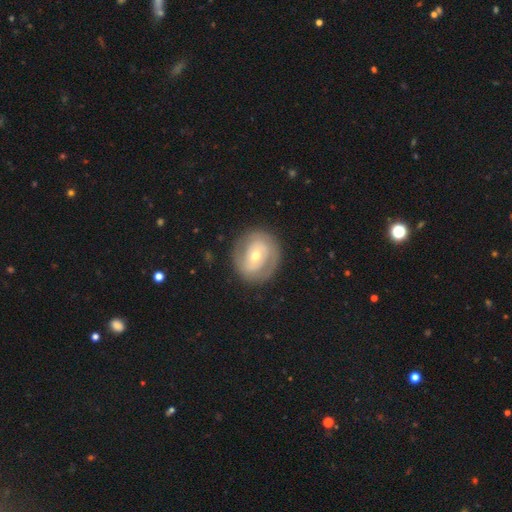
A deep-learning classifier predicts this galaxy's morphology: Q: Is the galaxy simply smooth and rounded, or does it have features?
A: featured or disk — 68%.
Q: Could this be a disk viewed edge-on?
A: no — 96%.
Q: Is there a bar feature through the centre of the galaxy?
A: no — 47%.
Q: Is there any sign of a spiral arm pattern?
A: yes — 65%.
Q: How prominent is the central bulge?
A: moderate — 57%.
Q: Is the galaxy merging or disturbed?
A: none — 83%.